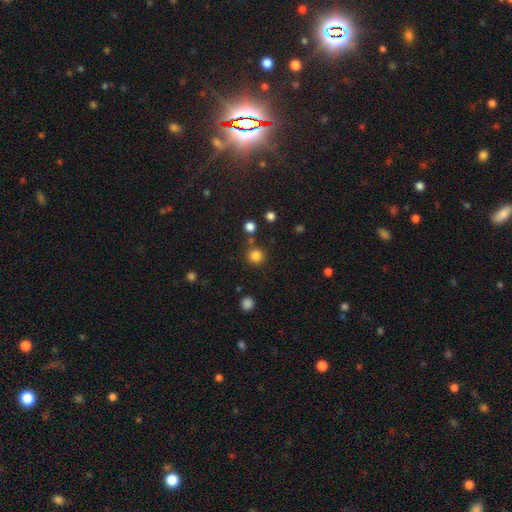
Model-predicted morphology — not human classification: Smooth or featured?
  - smooth: 82% *
  - star or artifact: 14%
  - featured or disk: 4%
How rounded?
  - round: 93% *
  - in between: 6%
  - cigar-shaped: 1%
Merging?
  - none: 82% *
  - minor disturbance: 8%
  - merger: 8%
  - major disturbance: 3%